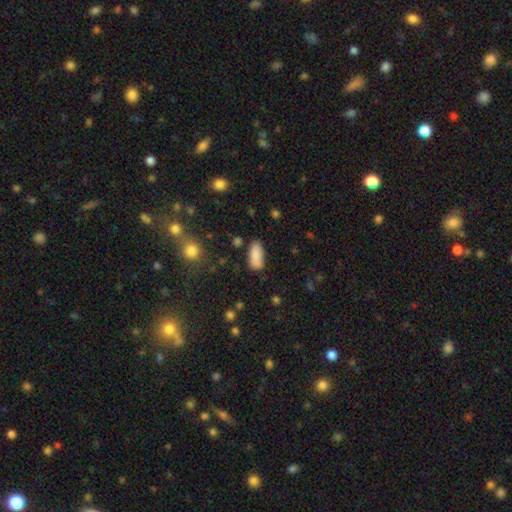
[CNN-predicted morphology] smooth-or-featured: smooth: 87% | star or artifact: 7% | featured or disk: 5%
  how-rounded: in between: 87% | cigar-shaped: 11% | round: 2%
  merging: none: 79% | minor disturbance: 14% | major disturbance: 3% | merger: 3%